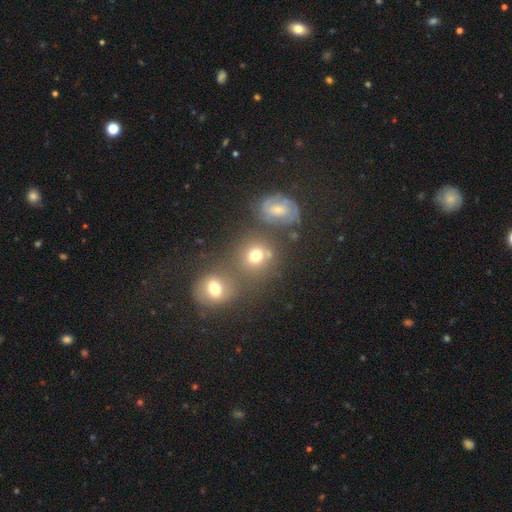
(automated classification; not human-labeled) A smooth galaxy with no disk features (70%) that is round (75%). Merging: none (52%).